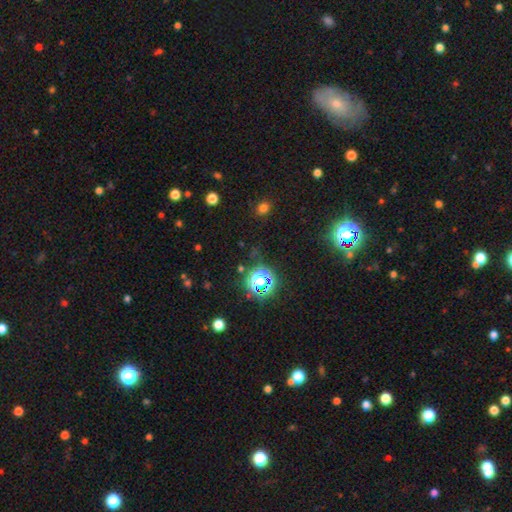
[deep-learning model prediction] star or artifact 72%, smooth 21%, featured or disk 7%.